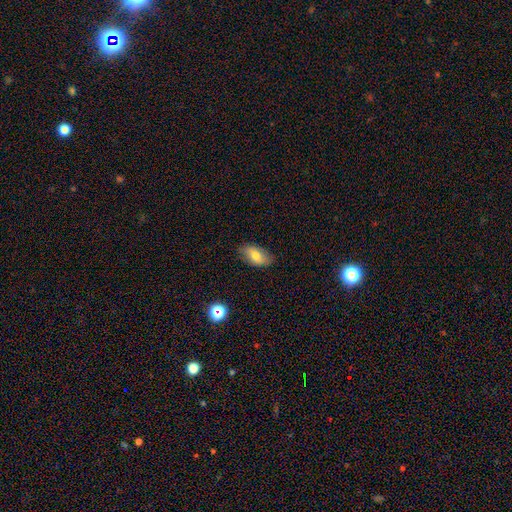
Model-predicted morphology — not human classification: Overall: smooth (72%). How rounded: in between (92%). Merging: none (82%).